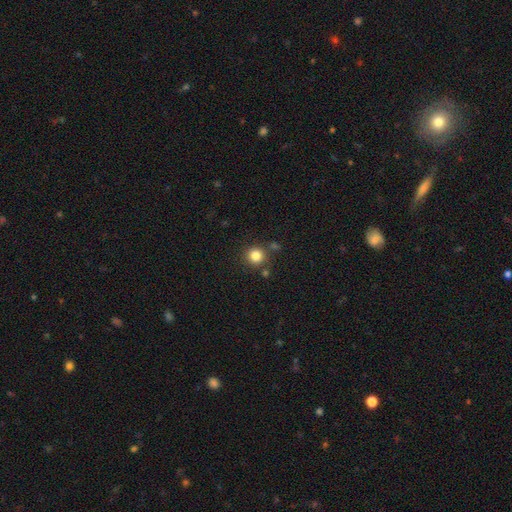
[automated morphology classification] smooth 83%, star or artifact 12%, featured or disk 5%. Down the decision tree: how rounded — round (93%); merging — none (82%).